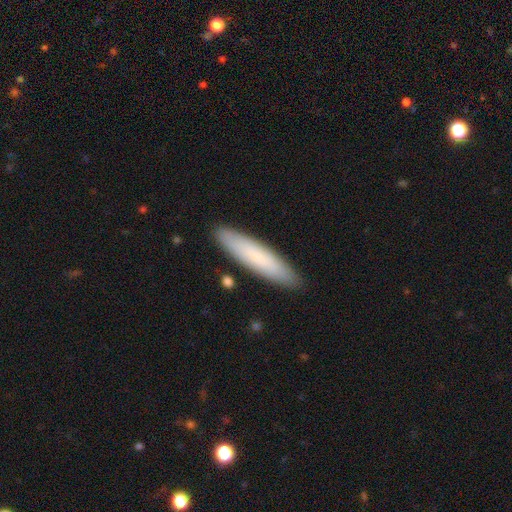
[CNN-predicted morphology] A smooth galaxy with no disk features (74%) that is cigar-shaped (82%).

Vote fractions:
- Smooth or featured? smooth: 74% / featured or disk: 20% / star or artifact: 6%
- How rounded? cigar-shaped: 82% / in between: 17% / round: 1%
- Merging? none: 89% / minor disturbance: 8% / major disturbance: 2% / merger: 2%